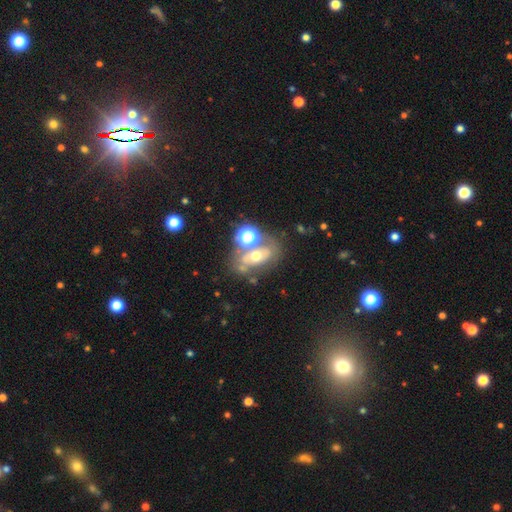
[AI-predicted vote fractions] Morphology: type=featured or disk (47%); merging=none (50%).